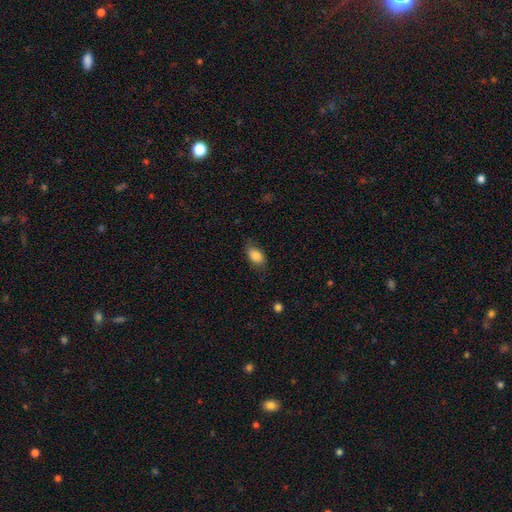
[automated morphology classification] A smooth galaxy with no disk features (82%) that is in between round and cigar-shaped (88%).

Vote fractions:
- Smooth or featured? smooth: 82% / featured or disk: 10% / star or artifact: 8%
- How rounded? in between: 88% / round: 10% / cigar-shaped: 2%
- Merging? none: 71% / minor disturbance: 21% / major disturbance: 6% / merger: 1%